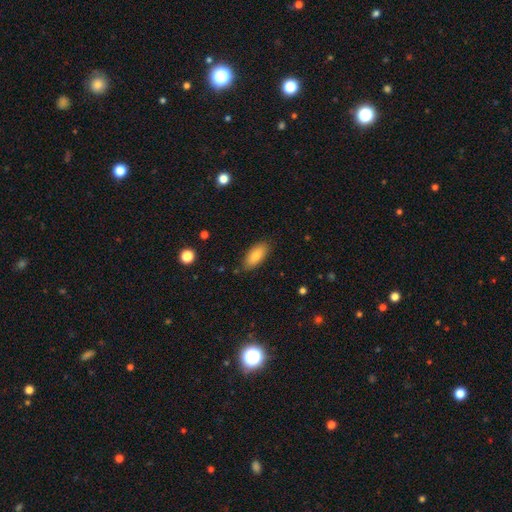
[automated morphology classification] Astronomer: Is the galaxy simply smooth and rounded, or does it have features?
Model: smooth — 82%.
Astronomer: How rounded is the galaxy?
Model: in between — 84%.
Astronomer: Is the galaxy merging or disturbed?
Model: none — 84%.